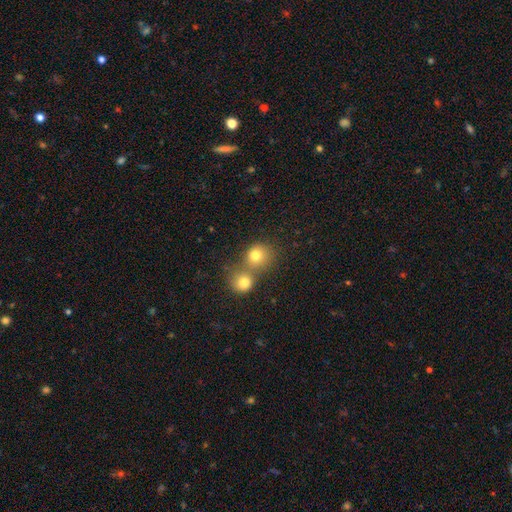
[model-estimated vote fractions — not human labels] Smooth or featured: smooth — 78% (star or artifact — 13%)
How rounded: round — 84% (in between — 15%)
Merging: merger — 48% (none — 43%)